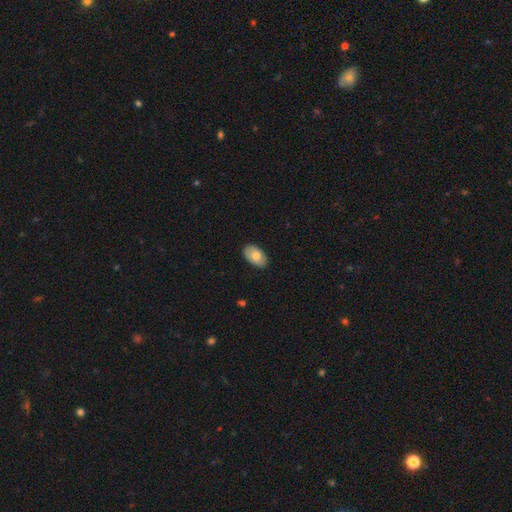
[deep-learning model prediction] A smooth galaxy with no disk features (78%) that is in between round and cigar-shaped (94%). Merging: none (87%).